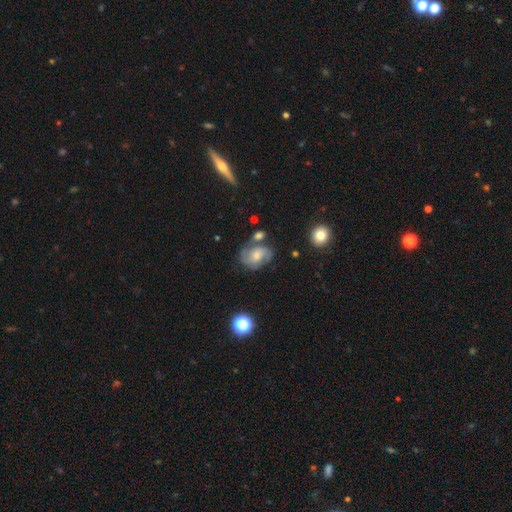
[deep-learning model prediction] smooth_or_featured: featured or disk (p=0.69) [alt: smooth p=0.22]
disk_edge_on: no (p=0.97) [alt: yes p=0.03]
bar: no (p=0.57) [alt: weak p=0.36]
has_spiral_arms: yes (p=0.91) [alt: no p=0.09]
spiral_winding: medium (p=0.48) [alt: tight p=0.34]
spiral_arm_count: 2 (p=0.67) [alt: can't tell p=0.15]
bulge_size: moderate (p=0.46) [alt: small p=0.41]
merging: none (p=0.56) [alt: minor disturbance p=0.21]